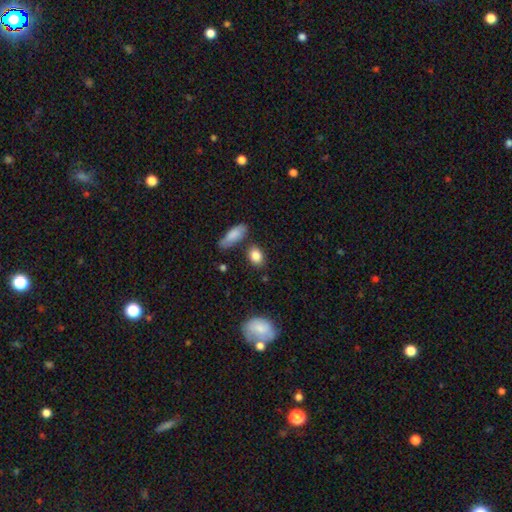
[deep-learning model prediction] Overall: smooth (86%). How rounded: in between (71%). Merging: none (77%).